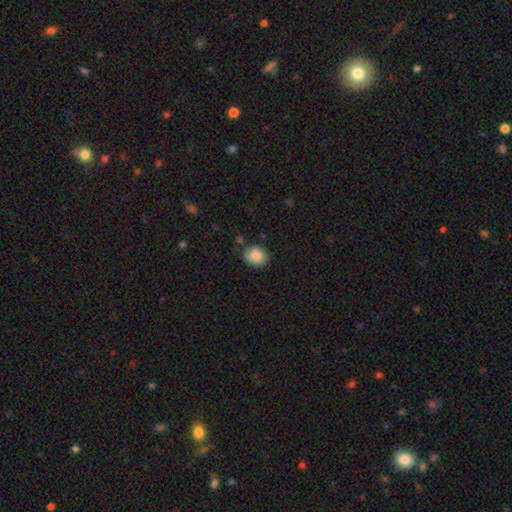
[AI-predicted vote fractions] Smooth or featured? smooth (85%)
How rounded? round (59%)
Merging? none (76%)